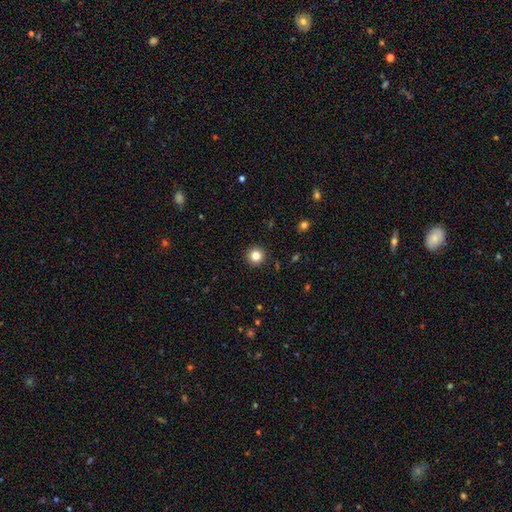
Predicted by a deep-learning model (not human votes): A smooth galaxy with no disk features (83%) that is round (96%). Merging: none (93%).